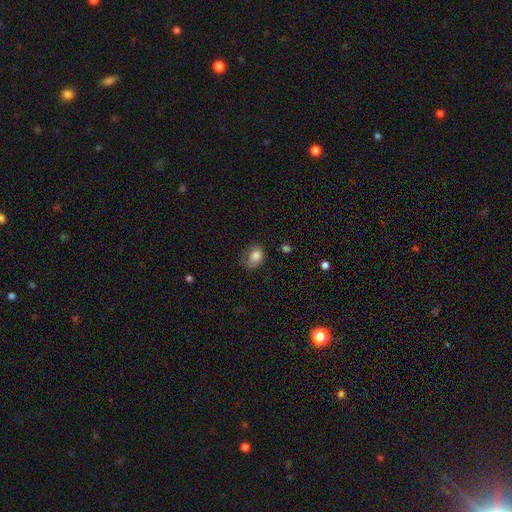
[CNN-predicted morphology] Smooth or featured: smooth — 80% (featured or disk — 11%)
How rounded: in between — 59% (round — 40%)
Merging: none — 47% (minor disturbance — 33%)